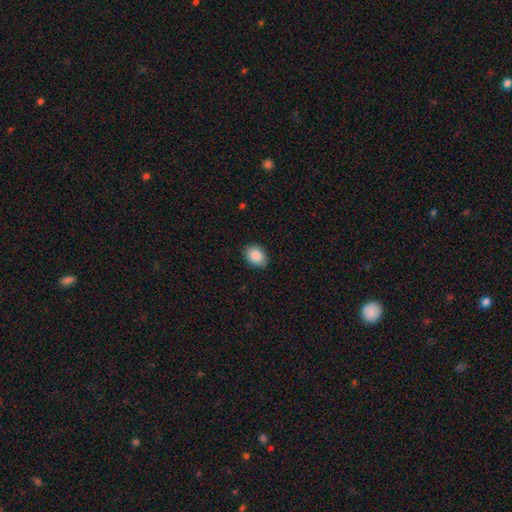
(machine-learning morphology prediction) Smooth or featured?
  - smooth: 88% *
  - star or artifact: 7%
  - featured or disk: 4%
How rounded?
  - in between: 74% *
  - round: 25%
  - cigar-shaped: 1%
Merging?
  - none: 82% *
  - minor disturbance: 14%
  - major disturbance: 2%
  - merger: 1%